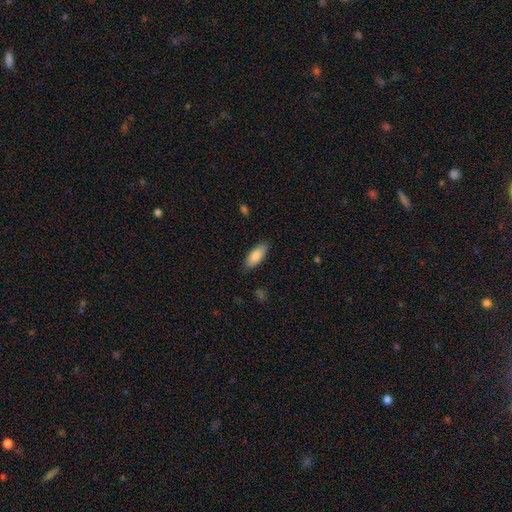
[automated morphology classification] Smooth or featured? smooth (86%)
How rounded? in between (82%)
Merging? none (84%)